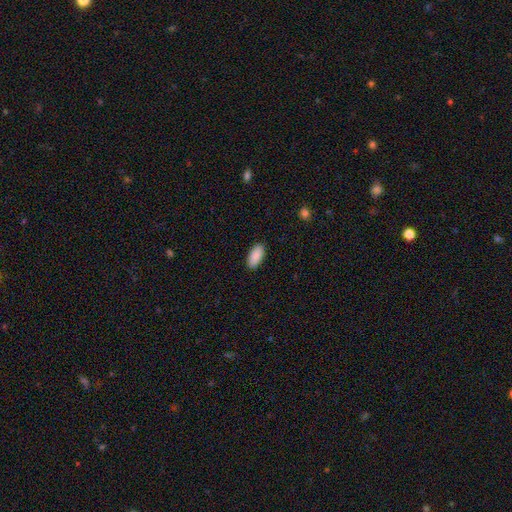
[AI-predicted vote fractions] smooth_or_featured: smooth (p=0.91) [alt: star or artifact p=0.06]
how_rounded: in between (p=0.90) [alt: cigar-shaped p=0.08]
merging: none (p=0.90) [alt: minor disturbance p=0.08]